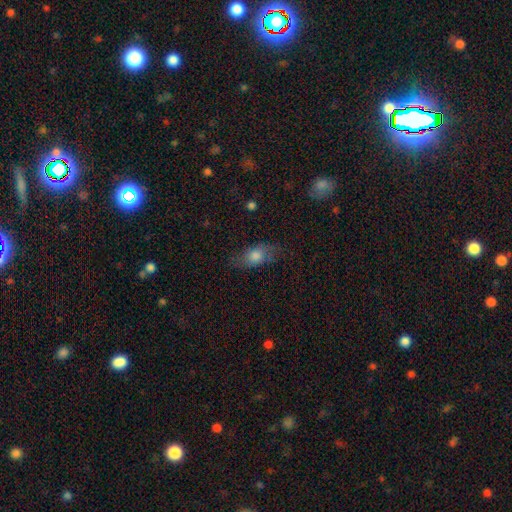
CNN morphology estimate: This is likely a smooth galaxy (73%). How rounded: likely in between (78%). Merging: likely none (69%).